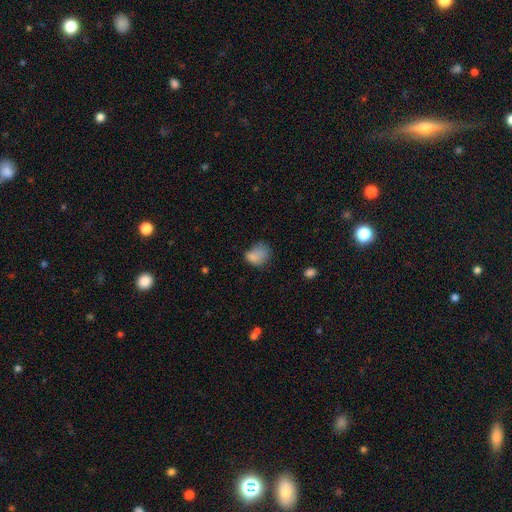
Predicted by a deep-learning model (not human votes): This appears to be a smooth galaxy with no disk features (78%) that is in between round and cigar-shaped (65%). Merging: minor disturbance (35%).